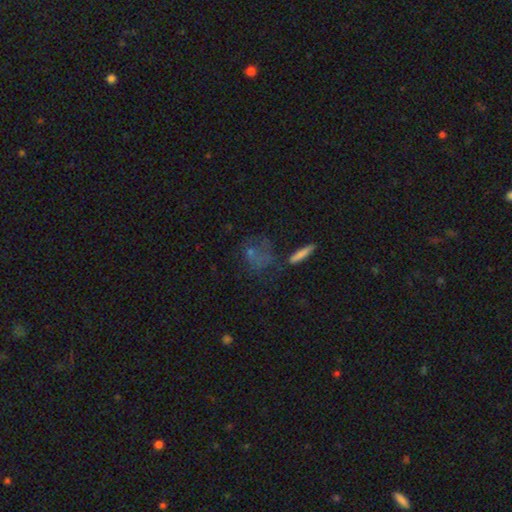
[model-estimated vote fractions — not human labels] Smooth or featured: smooth — 50% (featured or disk — 26%)
How rounded: round — 49% (in between — 41%)
Merging: none — 47% (major disturbance — 23%)